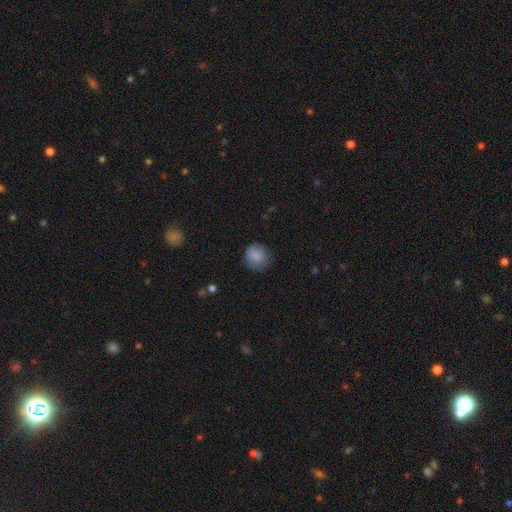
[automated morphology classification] Smooth or featured? smooth (86%)
How rounded? round (90%)
Merging? none (81%)